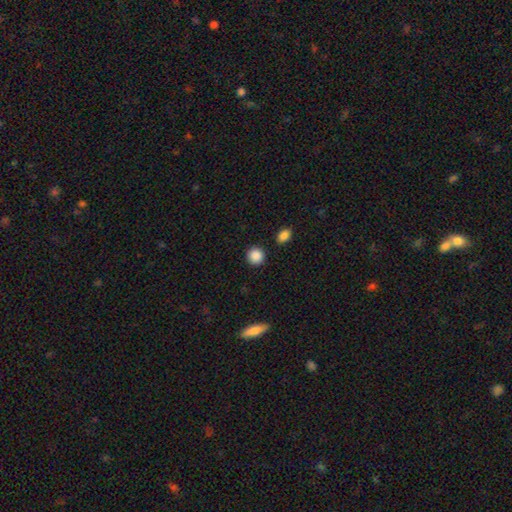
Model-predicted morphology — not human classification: Q: Smooth or featured?
A: smooth (89%); runner-up: star or artifact (8%)
Q: How rounded?
A: round (92%); runner-up: in between (7%)
Q: Merging?
A: none (89%); runner-up: minor disturbance (6%)